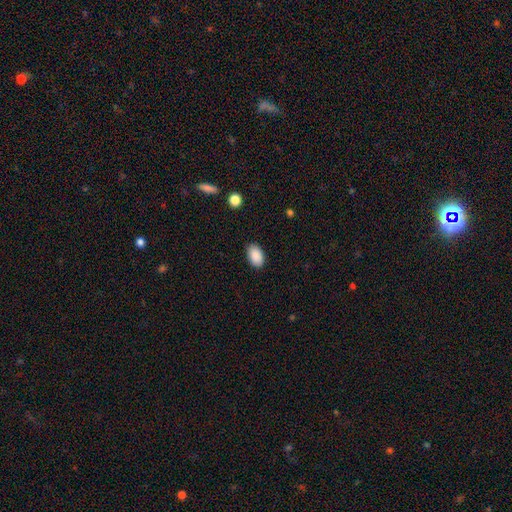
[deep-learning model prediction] This appears to be a smooth galaxy with no disk features (90%) that is in between round and cigar-shaped (91%). Merging: none (87%).